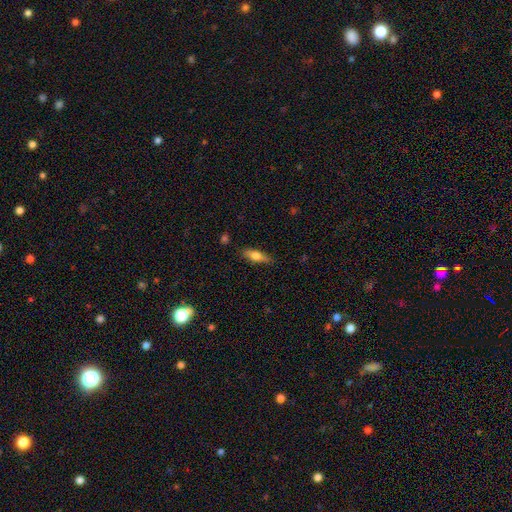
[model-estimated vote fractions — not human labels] This appears to be a smooth galaxy with no disk features (71%) that is in between round and cigar-shaped (53%). Merging: none (81%).